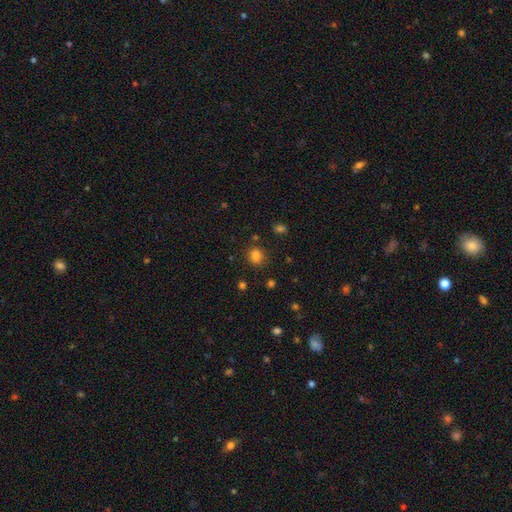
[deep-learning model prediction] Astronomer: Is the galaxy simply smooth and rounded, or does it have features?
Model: smooth — 82%.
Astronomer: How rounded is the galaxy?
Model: round — 74%.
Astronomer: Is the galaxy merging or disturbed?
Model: none — 86%.